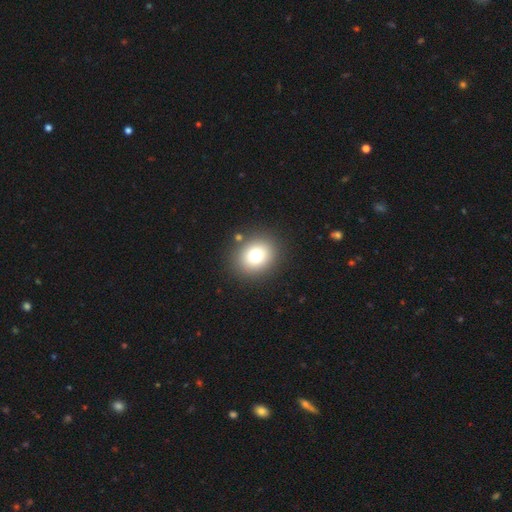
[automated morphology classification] smooth_or_featured: smooth (p=0.75) [alt: star or artifact p=0.13]
how_rounded: round (p=0.69) [alt: in between p=0.31]
merging: none (p=0.86) [alt: minor disturbance p=0.08]